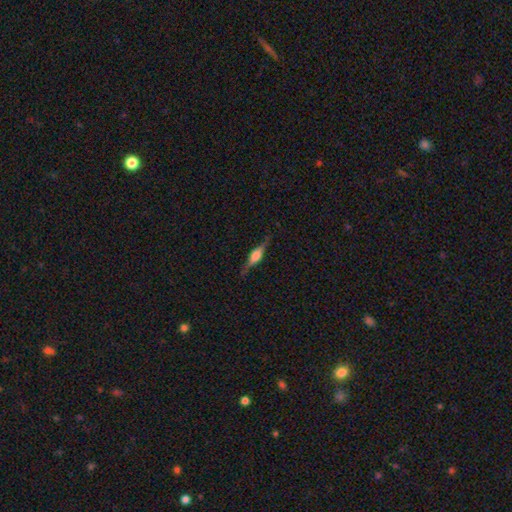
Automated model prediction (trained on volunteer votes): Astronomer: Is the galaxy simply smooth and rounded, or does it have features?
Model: featured or disk — 74%.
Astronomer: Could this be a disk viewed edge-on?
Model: yes — 97%.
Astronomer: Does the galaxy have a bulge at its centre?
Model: rounded — 80%.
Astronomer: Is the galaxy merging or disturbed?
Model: none — 85%.